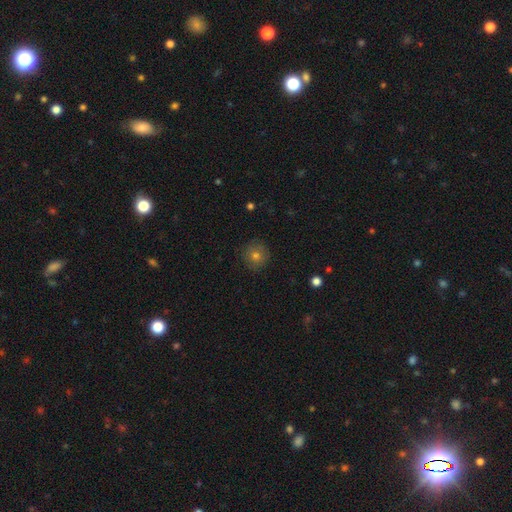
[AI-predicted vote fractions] smooth 74%, star or artifact 14%, featured or disk 11%. Down the decision tree: how rounded — round (94%); merging — none (89%).